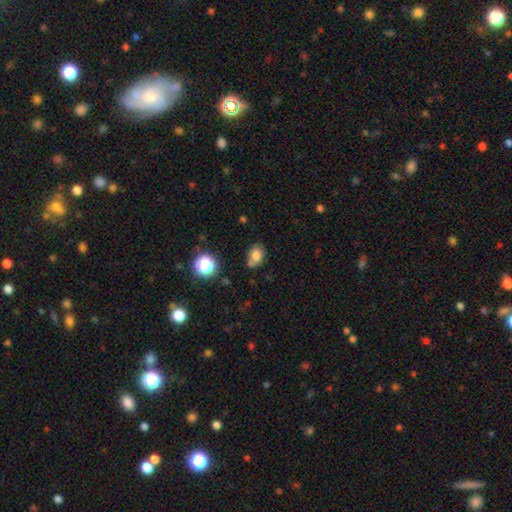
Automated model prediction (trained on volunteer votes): smooth_or_featured: smooth (p=0.77) [alt: star or artifact p=0.13]
how_rounded: in between (p=0.67) [alt: round p=0.32]
merging: none (p=0.57) [alt: minor disturbance p=0.22]